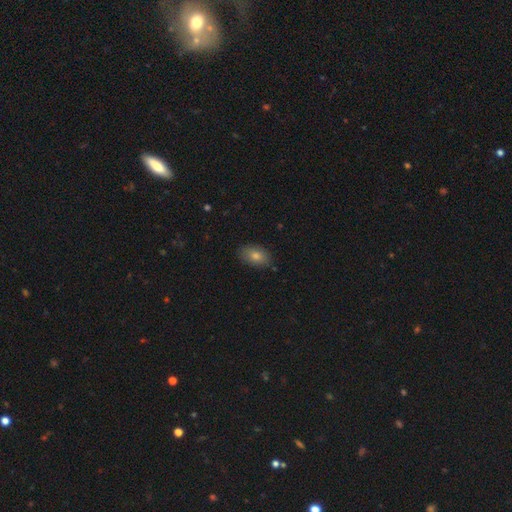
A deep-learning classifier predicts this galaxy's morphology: A smooth galaxy with no disk features (78%) that is in between round and cigar-shaped (87%). Merging: none (85%).